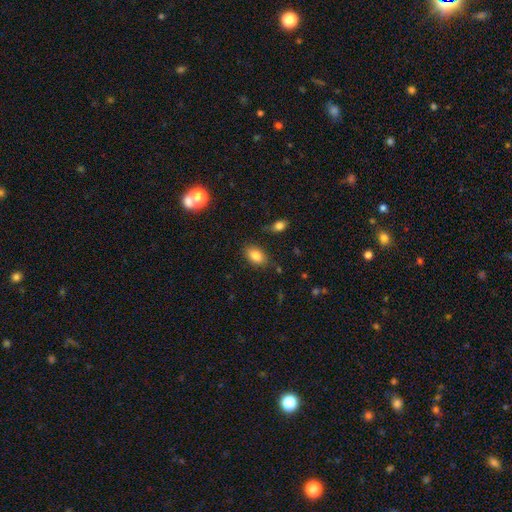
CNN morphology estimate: smooth_or_featured: smooth (p=0.83) [alt: star or artifact p=0.09]
how_rounded: in between (p=0.87) [alt: round p=0.11]
merging: none (p=0.82) [alt: minor disturbance p=0.13]